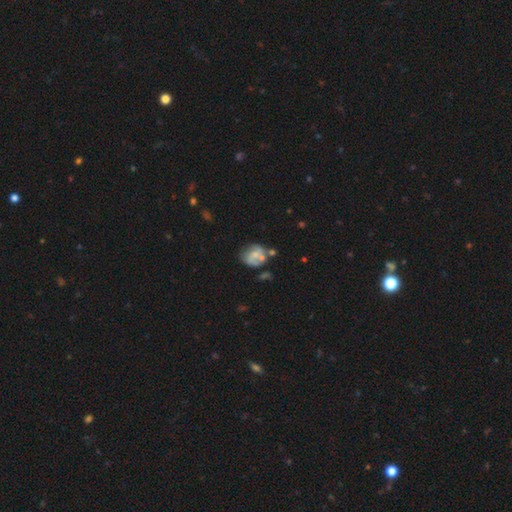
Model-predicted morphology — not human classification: featured or disk 47%, smooth 45%, star or artifact 9%. Down the decision tree: merging — none (41%).